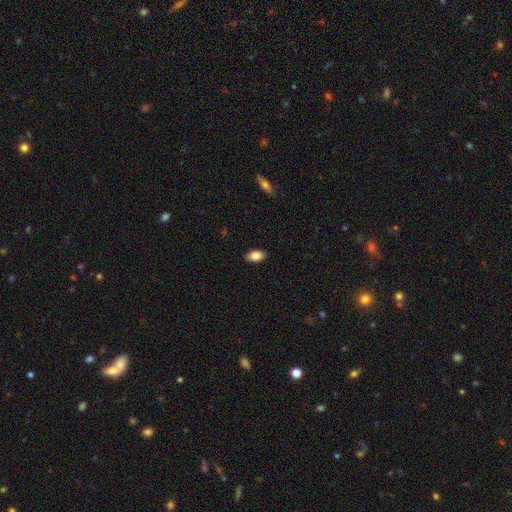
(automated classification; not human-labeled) The model was most divided on "smooth or featured": smooth: 85%, star or artifact: 7%, featured or disk: 7%. More confident: how rounded — in between (92%); merging — none (89%).